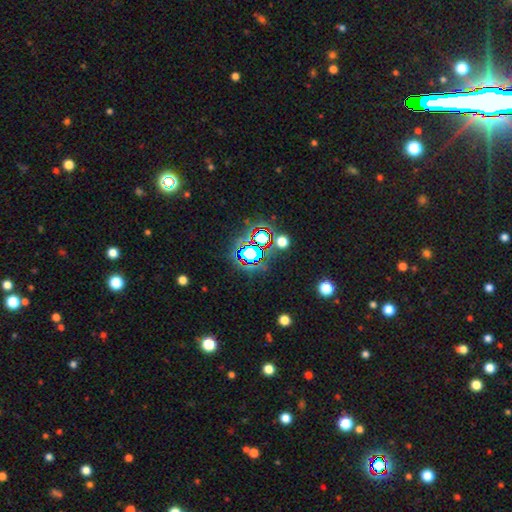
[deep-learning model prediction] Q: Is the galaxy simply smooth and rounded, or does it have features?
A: star or artifact — 71%.